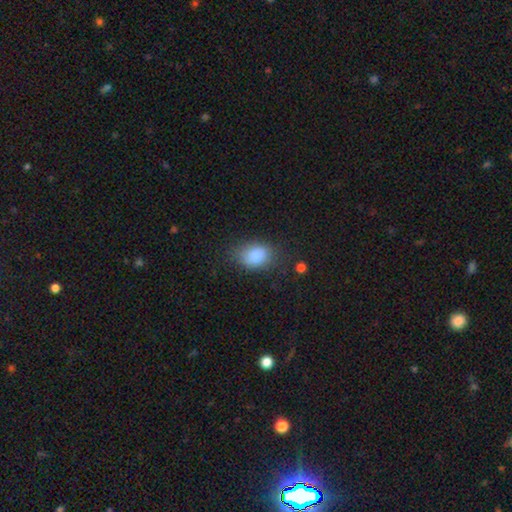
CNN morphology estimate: Smooth or featured? smooth (84%)
How rounded? in between (73%)
Merging? none (67%)